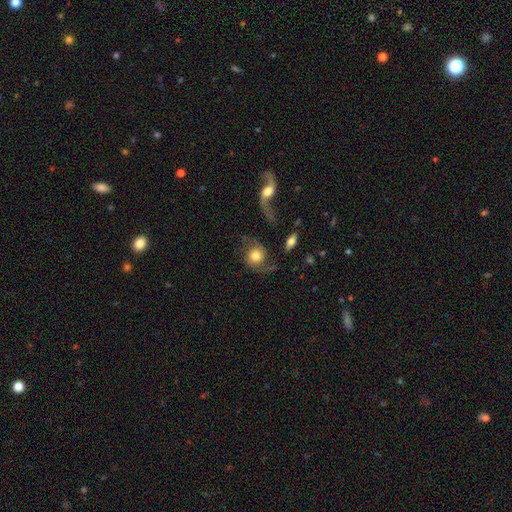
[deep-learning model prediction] Smooth or featured? featured or disk (69%)
Edge-on disk? no (96%)
Bar? no (73%)
Spiral arms? yes (93%)
Spiral winding? loose (73%)
Spiral arm count? 2 (88%)
Bulge size? moderate (49%)
Merging? none (56%)